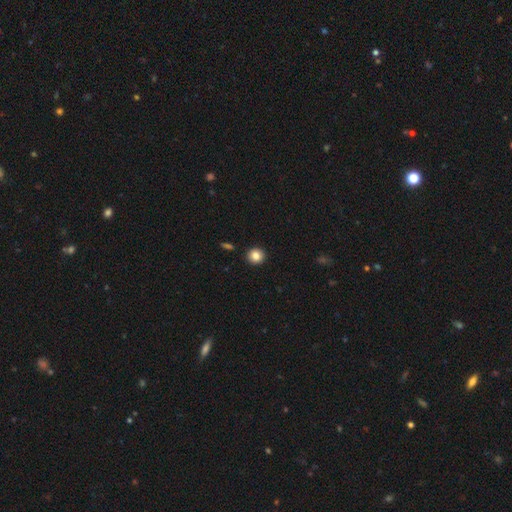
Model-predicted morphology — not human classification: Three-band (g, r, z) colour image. It shows a smooth galaxy with no disk features (84%) that is round (91%). Merging: none (93%).